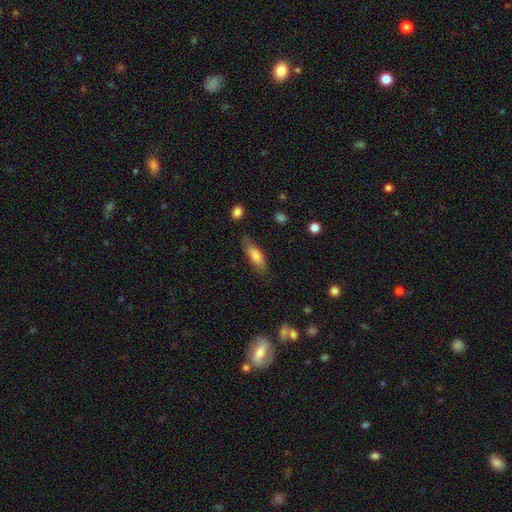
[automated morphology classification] smooth-or-featured: smooth: 76% | featured or disk: 17% | star or artifact: 7%
  how-rounded: in between: 56% | cigar-shaped: 42% | round: 2%
  merging: none: 77% | minor disturbance: 17% | major disturbance: 4% | merger: 2%